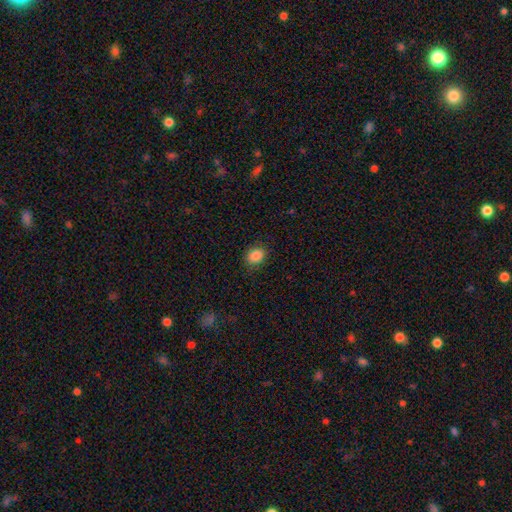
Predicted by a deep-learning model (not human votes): smooth_or_featured: smooth (p=0.87) [alt: star or artifact p=0.10]
how_rounded: in between (p=0.53) [alt: round p=0.46]
merging: none (p=0.88) [alt: minor disturbance p=0.09]